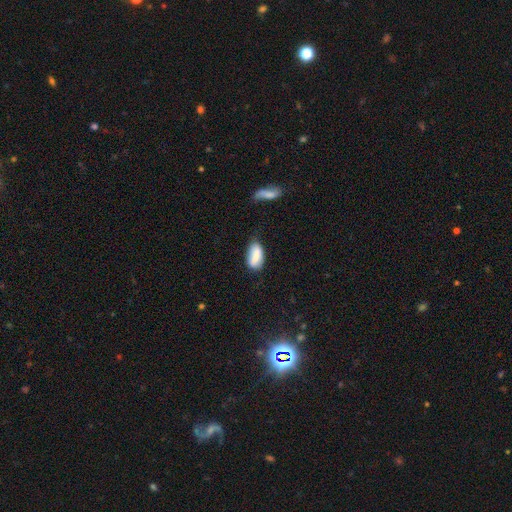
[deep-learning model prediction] Smooth or featured? smooth (81%)
How rounded? in between (91%)
Merging? none (50%)